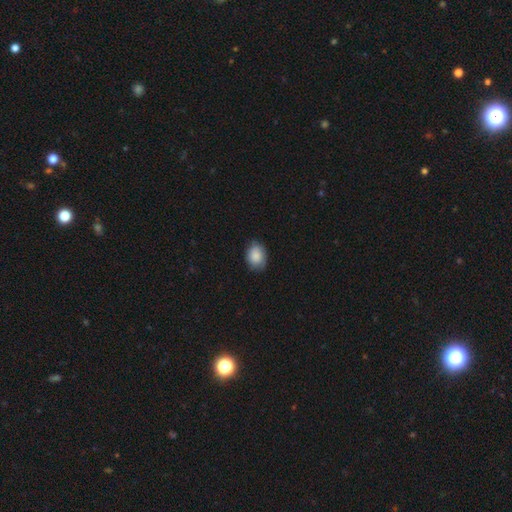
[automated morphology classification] smooth-or-featured: smooth: 86% | featured or disk: 7% | star or artifact: 7%
  how-rounded: in between: 63% | round: 36% | cigar-shaped: 1%
  merging: none: 74% | minor disturbance: 22% | major disturbance: 3% | merger: 1%